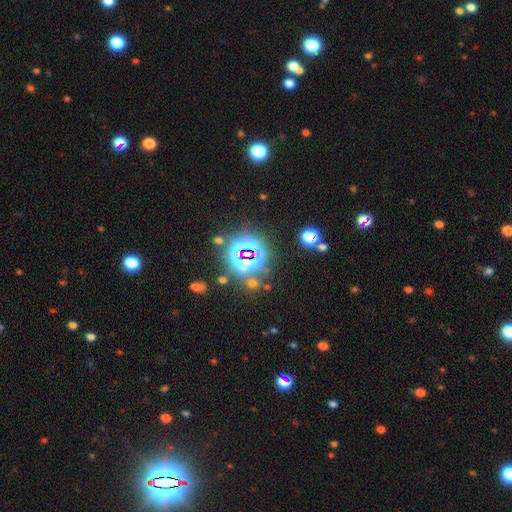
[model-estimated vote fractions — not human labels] A star or artifact, not a galaxy (82%).

Vote fractions:
- Smooth or featured? star or artifact: 82% / smooth: 11% / featured or disk: 7%